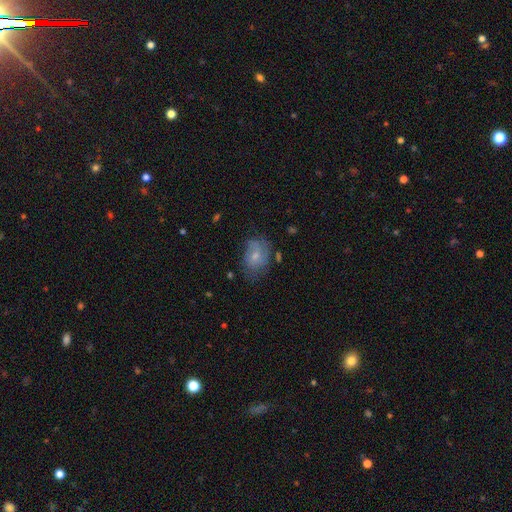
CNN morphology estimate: type=smooth (55%); roundness=in between (76%); merging=none (52%).